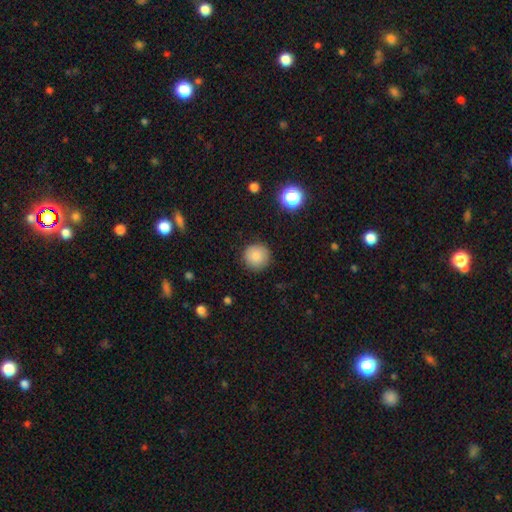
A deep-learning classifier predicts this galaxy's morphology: Smooth or featured: smooth — 85% (star or artifact — 10%)
How rounded: round — 95% (in between — 5%)
Merging: none — 89% (minor disturbance — 8%)